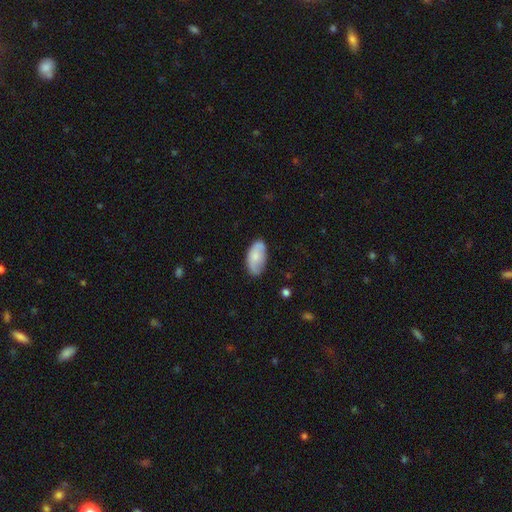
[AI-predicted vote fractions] smooth-or-featured: smooth: 75% | featured or disk: 19% | star or artifact: 6%
  how-rounded: in between: 94% | cigar-shaped: 3% | round: 3%
  merging: none: 71% | minor disturbance: 23% | major disturbance: 5% | merger: 2%